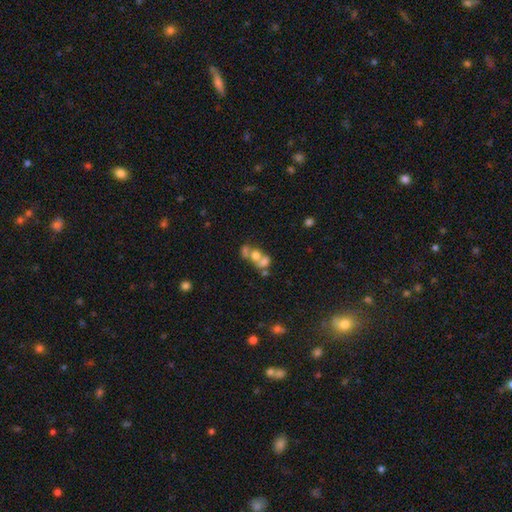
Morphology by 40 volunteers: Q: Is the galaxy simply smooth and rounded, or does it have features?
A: smooth — 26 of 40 (65%).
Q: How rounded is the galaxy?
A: in between — 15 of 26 (58%).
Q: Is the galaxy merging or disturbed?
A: merger — 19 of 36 (53%).